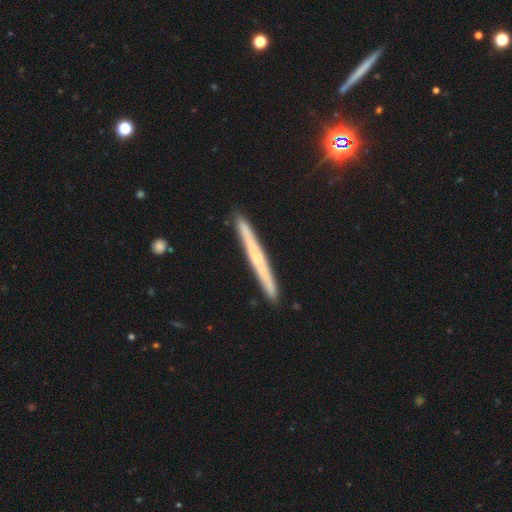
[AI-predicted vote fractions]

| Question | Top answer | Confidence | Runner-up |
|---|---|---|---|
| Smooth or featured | featured or disk | 54% | smooth (40%) |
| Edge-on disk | yes | 96% | no (4%) |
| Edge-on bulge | none | 72% | rounded (23%) |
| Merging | none | 91% | minor disturbance (7%) |